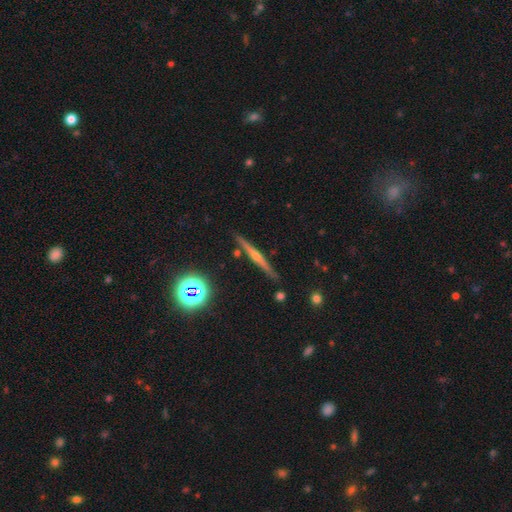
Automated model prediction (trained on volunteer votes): Smooth or featured: featured or disk — 68% (smooth — 20%)
Edge-on disk: yes — 98% (no — 2%)
Edge-on bulge: rounded — 76% (none — 18%)
Merging: none — 88% (minor disturbance — 8%)